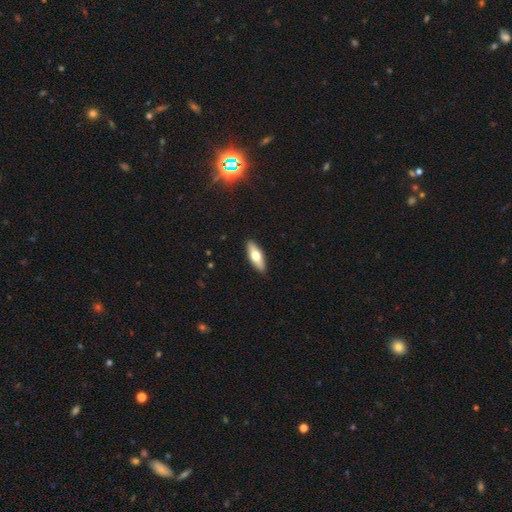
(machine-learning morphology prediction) smooth_or_featured: smooth (p=0.59) [alt: featured or disk p=0.36]
how_rounded: in between (p=0.56) [alt: cigar-shaped p=0.41]
merging: none (p=0.91) [alt: minor disturbance p=0.07]